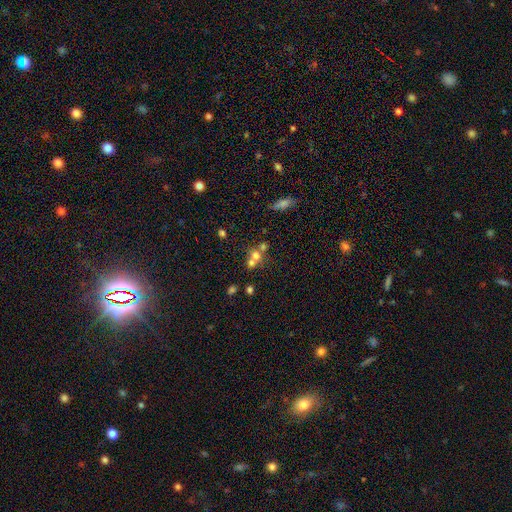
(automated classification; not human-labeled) smooth_or_featured: smooth (p=0.60) [alt: featured or disk p=0.21]
how_rounded: round (p=0.75) [alt: in between p=0.23]
merging: merger (p=0.57) [alt: none p=0.33]